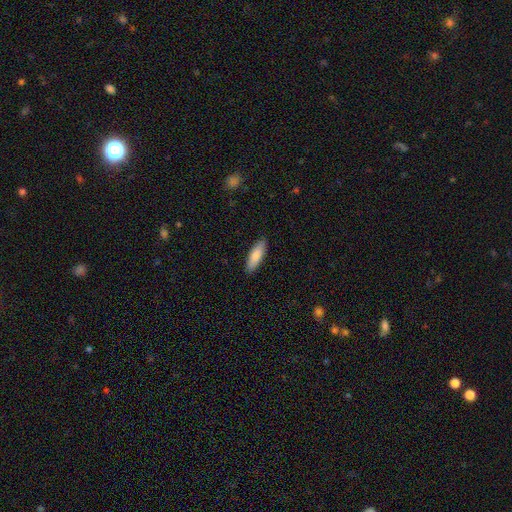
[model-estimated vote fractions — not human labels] This is clearly a smooth galaxy (83%). How rounded: possibly in between (49%, tied with cigar-shaped). Merging: clearly none (90%).